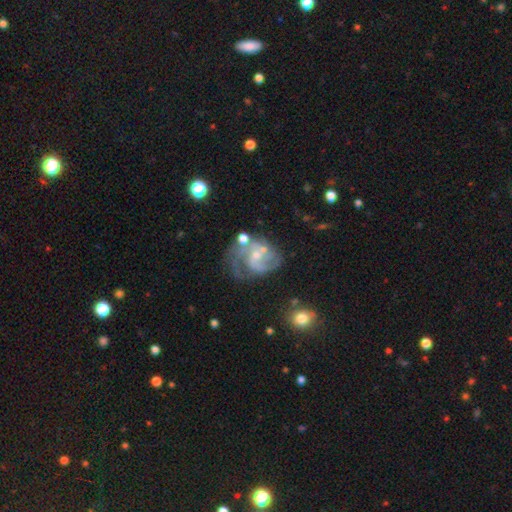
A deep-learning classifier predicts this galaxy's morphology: Smooth or featured?
  - featured or disk: 80% *
  - smooth: 12%
  - star or artifact: 8%
Edge-on disk?
  - no: 98% *
  - yes: 2%
Bar?
  - no: 51% *
  - weak: 40%
  - strong: 9%
Spiral arms?
  - yes: 88% *
  - no: 12%
Spiral winding?
  - medium: 44% *
  - tight: 35%
  - loose: 21%
Spiral arm count?
  - 2: 42% *
  - can't tell: 25%
  - 3: 15%
  - 1: 11%
  - 4: 4%
  - more than 4: 3%
Bulge size?
  - small: 63% *
  - moderate: 25%
  - none: 9%
  - large: 2%
  - dominant: 1%
Merging?
  - none: 44% *
  - major disturbance: 25%
  - minor disturbance: 22%
  - merger: 10%